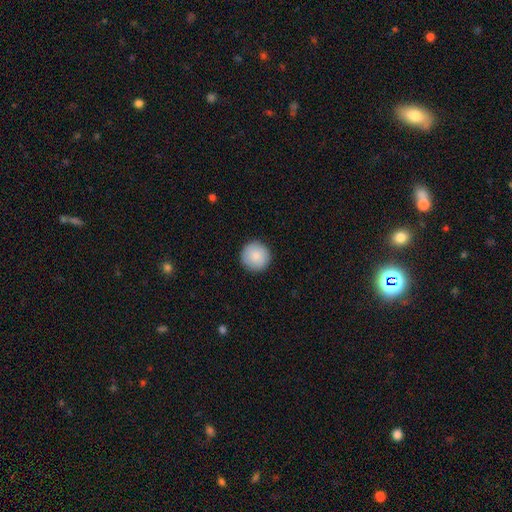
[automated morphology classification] This appears to be a smooth galaxy with no disk features (87%) that is round (96%). Merging: none (92%).